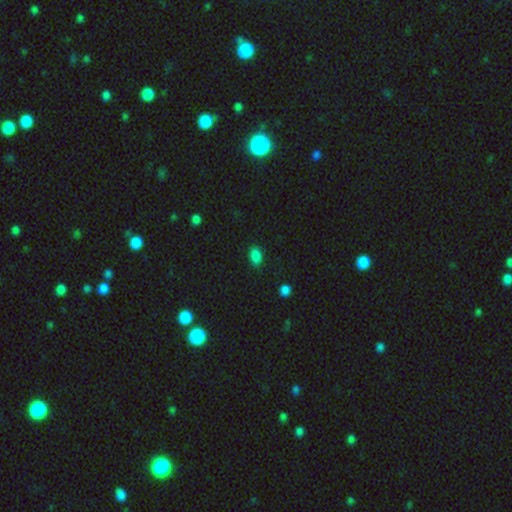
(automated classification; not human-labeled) The model was most divided on "smooth or featured": smooth: 84%, star or artifact: 13%, featured or disk: 3%. More confident: how rounded — in between (85%); merging — none (83%).